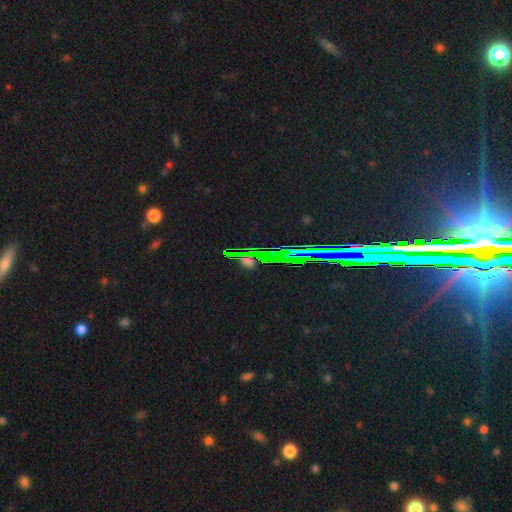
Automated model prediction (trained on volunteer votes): This is likely a star or artifact rather than a galaxy (72%).